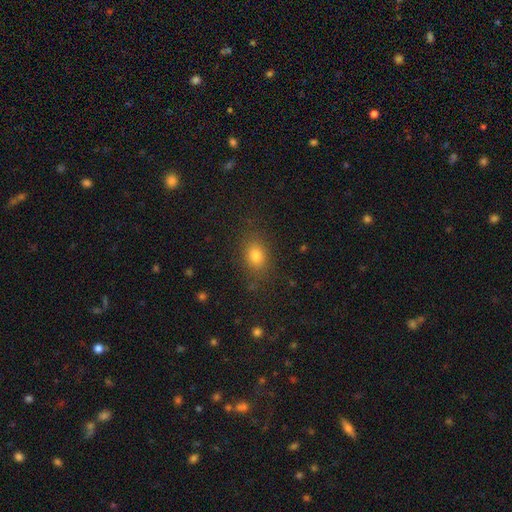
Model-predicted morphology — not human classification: smooth-or-featured: smooth: 79% | star or artifact: 13% | featured or disk: 8%
  how-rounded: in between: 69% | round: 29% | cigar-shaped: 2%
  merging: none: 83% | minor disturbance: 12% | major disturbance: 4% | merger: 1%